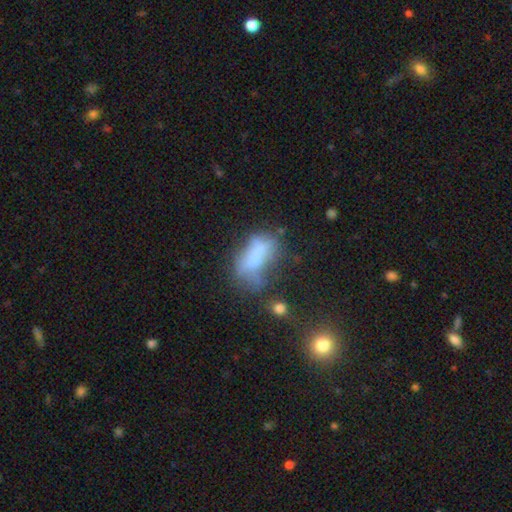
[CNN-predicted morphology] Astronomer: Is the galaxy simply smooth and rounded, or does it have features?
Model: smooth — 54% (runner-up: featured or disk, 33%).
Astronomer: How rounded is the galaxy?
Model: in between — 82%.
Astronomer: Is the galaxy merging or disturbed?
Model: major disturbance — 33% (runner-up: none, 25%).